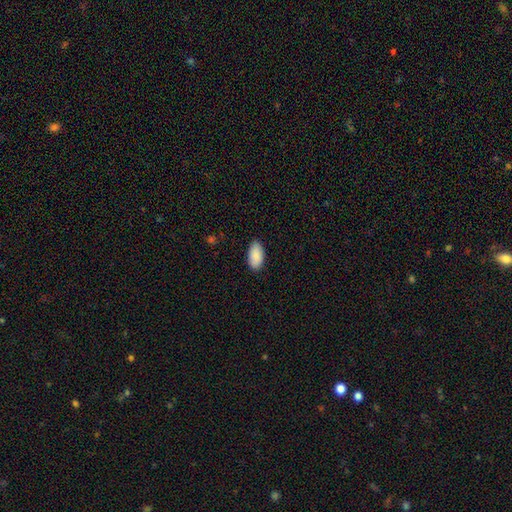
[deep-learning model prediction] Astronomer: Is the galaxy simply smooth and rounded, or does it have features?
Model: smooth — 89%.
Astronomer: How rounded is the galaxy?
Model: in between — 95%.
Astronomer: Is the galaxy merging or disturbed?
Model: none — 87%.